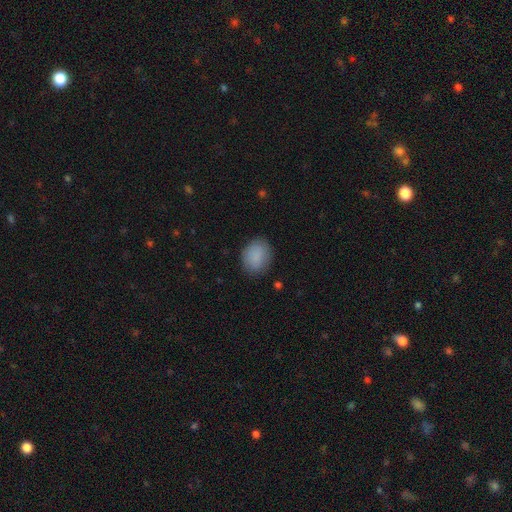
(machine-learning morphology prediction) smooth_or_featured: smooth (p=0.88) [alt: star or artifact p=0.07]
how_rounded: in between (p=0.54) [alt: round p=0.45]
merging: none (p=0.83) [alt: minor disturbance p=0.12]